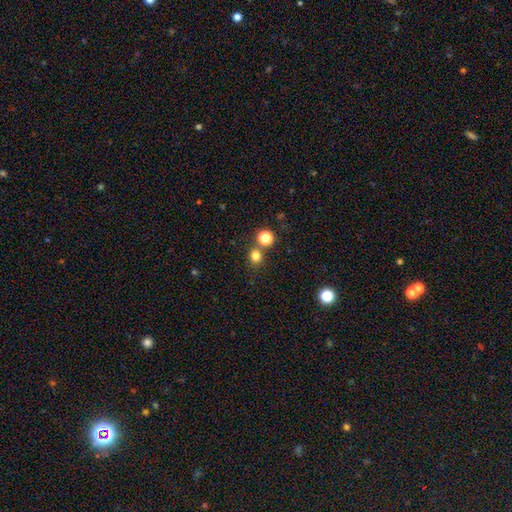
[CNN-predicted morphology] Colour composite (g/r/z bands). It shows a smooth galaxy with no disk features (78%) that is round (82%). Merging: none (72%).